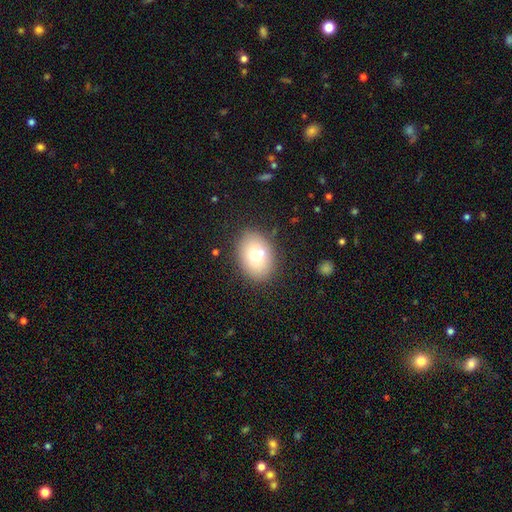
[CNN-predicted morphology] Q: Smooth or featured?
A: smooth (70%); runner-up: featured or disk (20%)
Q: How rounded?
A: in between (73%); runner-up: round (26%)
Q: Merging?
A: none (76%); runner-up: minor disturbance (12%)